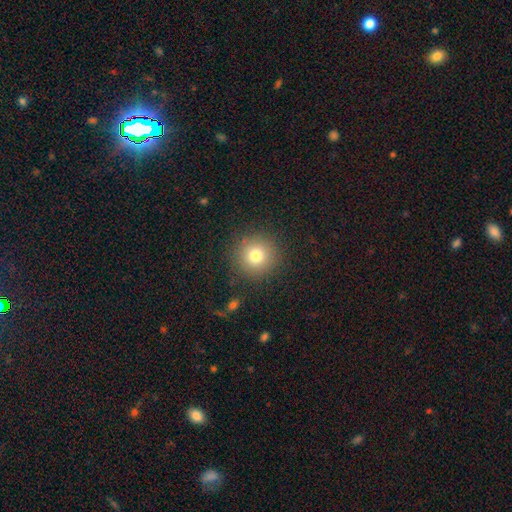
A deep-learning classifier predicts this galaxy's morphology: Smooth or featured?
  - smooth: 78% *
  - star or artifact: 13%
  - featured or disk: 9%
How rounded?
  - round: 95% *
  - in between: 4%
  - cigar-shaped: 1%
Merging?
  - none: 89% *
  - minor disturbance: 7%
  - major disturbance: 3%
  - merger: 1%